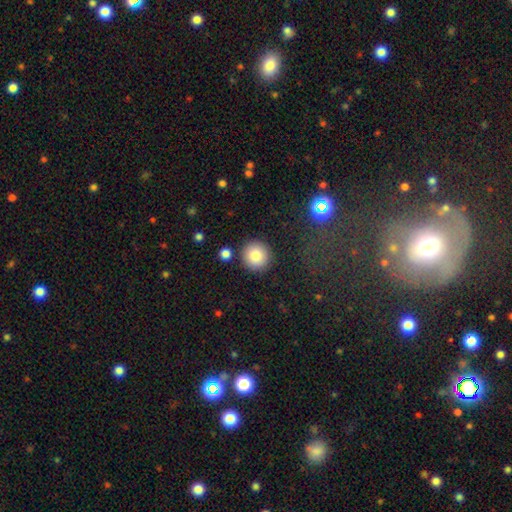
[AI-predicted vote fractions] The model was most divided on "smooth or featured": smooth: 86%, star or artifact: 9%, featured or disk: 6%. More confident: how rounded — round (93%); merging — none (88%).